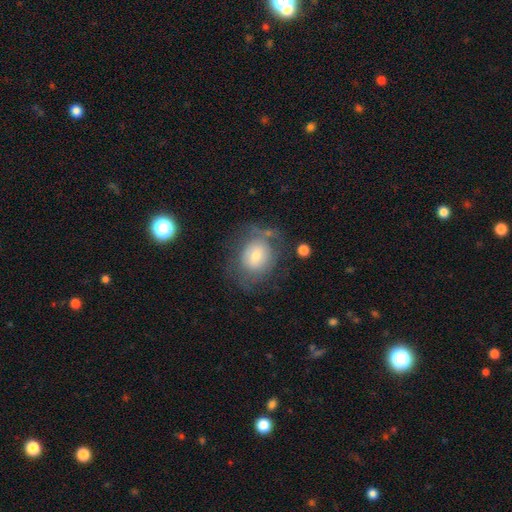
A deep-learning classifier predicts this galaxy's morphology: Q: Smooth or featured?
A: smooth (56%); runner-up: featured or disk (34%)
Q: How rounded?
A: round (63%); runner-up: in between (36%)
Q: Merging?
A: none (56%); runner-up: minor disturbance (22%)